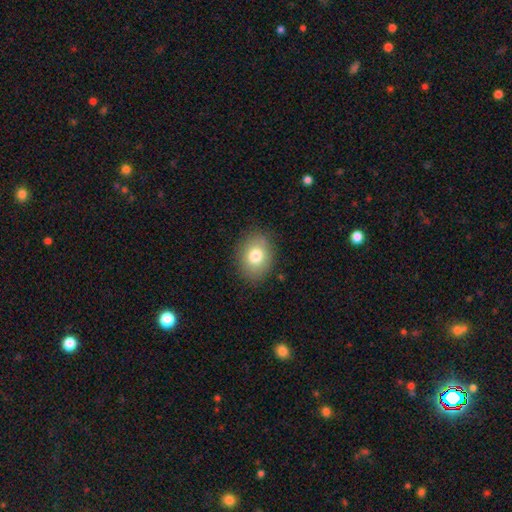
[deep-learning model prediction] smooth_or_featured: smooth (p=0.78) [alt: featured or disk p=0.13]
how_rounded: in between (p=0.61) [alt: round p=0.38]
merging: none (p=0.85) [alt: minor disturbance p=0.11]